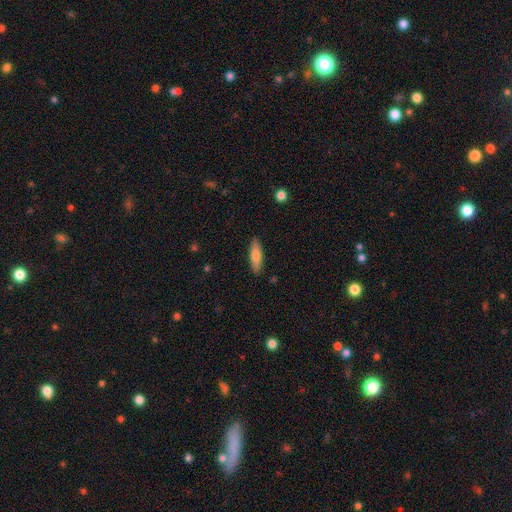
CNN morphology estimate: Smooth or featured? smooth (74%)
How rounded? cigar-shaped (59%)
Merging? none (88%)